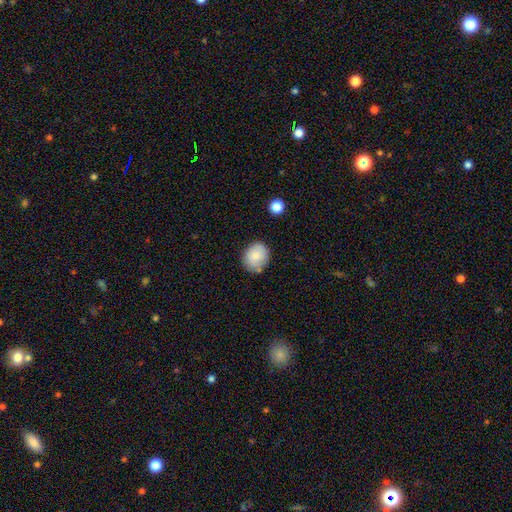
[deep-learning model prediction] The model was most divided on "how rounded": round: 65%, in between: 34%, cigar-shaped: 1%. More confident: smooth or featured — smooth (83%); merging — none (77%).